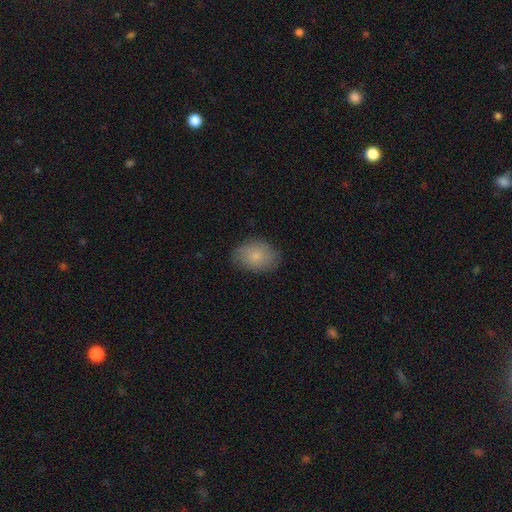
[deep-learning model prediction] This is likely a smooth galaxy (78%). How rounded: clearly in between (81%). Merging: clearly none (81%).